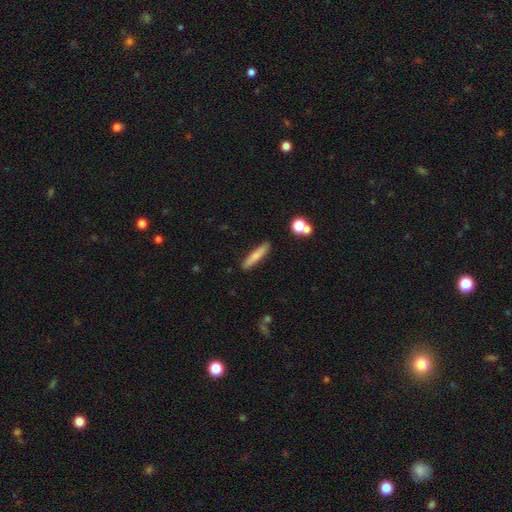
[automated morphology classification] Smooth or featured? Predicted: smooth (p=0.72). How rounded? Predicted: cigar-shaped (p=0.89). Merging? Predicted: none (p=0.88).